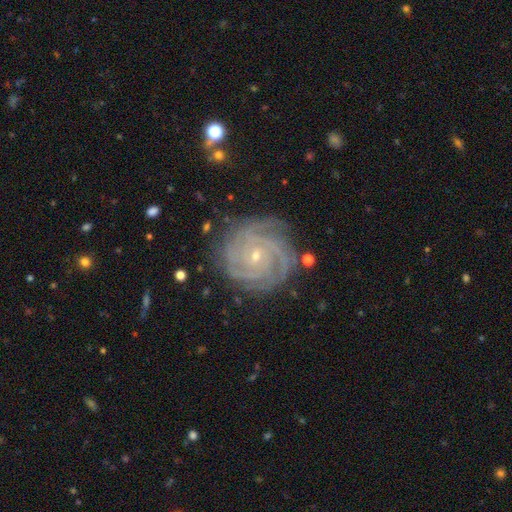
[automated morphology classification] A featured or disk galaxy (89%) with no bar (75%), 4 (32%) tight (82%) spiral arms (98%) and a small central bulge (80%). Merging: none (80%).